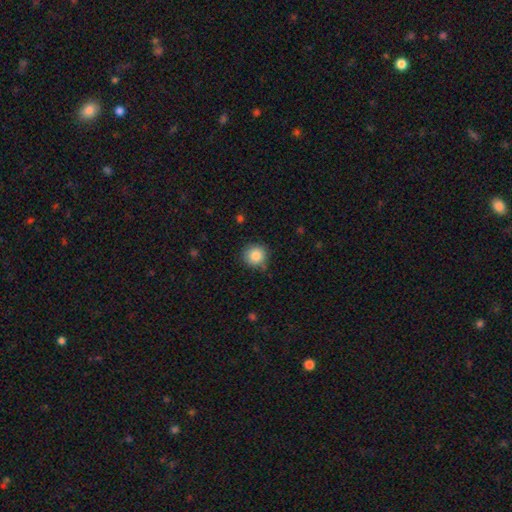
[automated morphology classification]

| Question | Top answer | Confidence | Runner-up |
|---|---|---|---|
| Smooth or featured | smooth | 85% | star or artifact (10%) |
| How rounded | round | 93% | in between (6%) |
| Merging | none | 81% | minor disturbance (14%) |